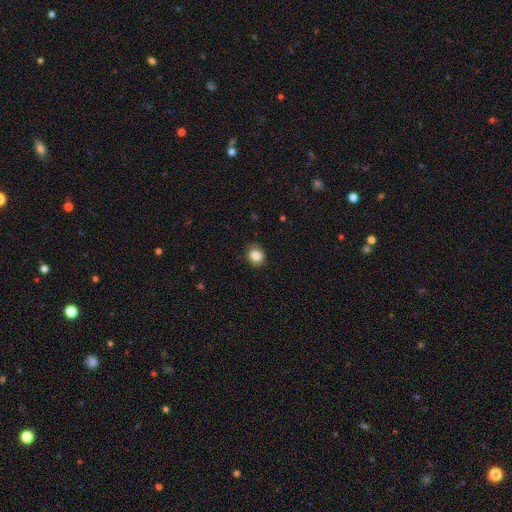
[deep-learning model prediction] smooth-or-featured: smooth: 85% | star or artifact: 9% | featured or disk: 6%
  how-rounded: round: 61% | in between: 38% | cigar-shaped: 1%
  merging: none: 87% | minor disturbance: 10% | major disturbance: 2% | merger: 1%